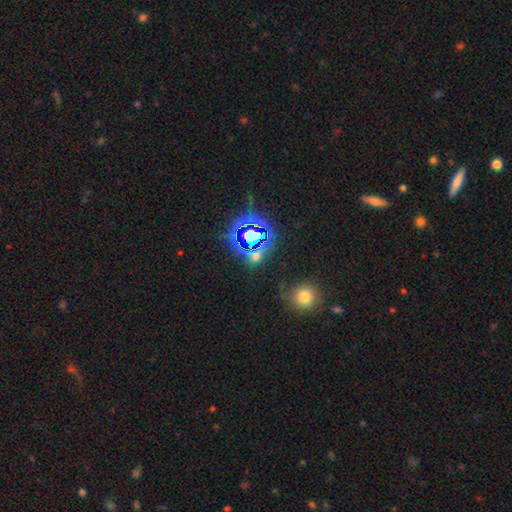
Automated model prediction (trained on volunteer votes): Morphology: type=star or artifact (66%).